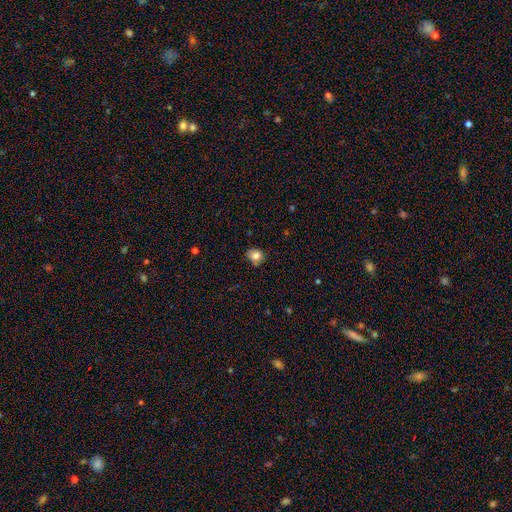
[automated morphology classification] smooth 81%, star or artifact 11%, featured or disk 8%. Down the decision tree: how rounded — round (67%); merging — none (70%).